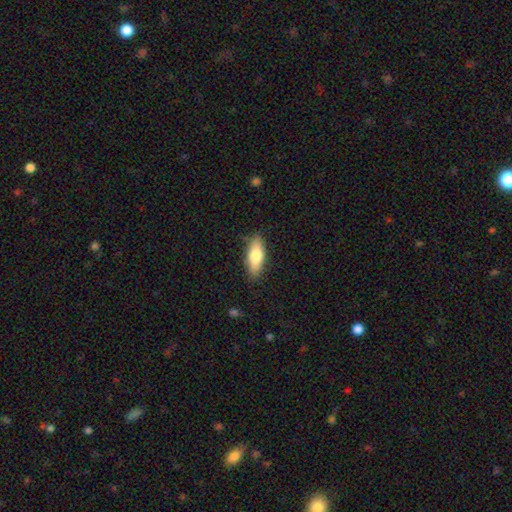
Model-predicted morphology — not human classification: smooth_or_featured: smooth (p=0.72) [alt: featured or disk p=0.22]
how_rounded: in between (p=0.67) [alt: cigar-shaped p=0.31]
merging: none (p=0.84) [alt: minor disturbance p=0.12]